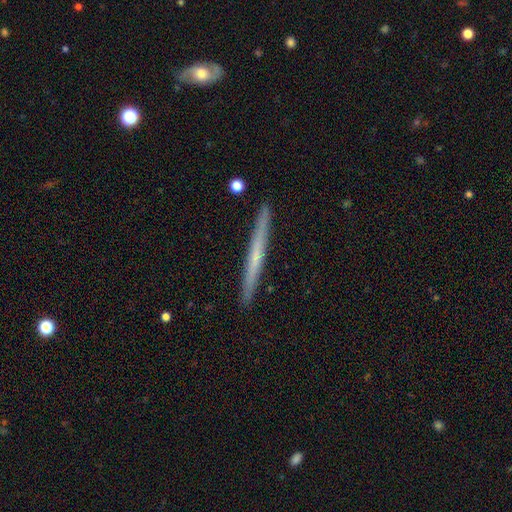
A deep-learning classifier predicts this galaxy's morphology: Smooth or featured?
  - featured or disk: 55% *
  - smooth: 40%
  - star or artifact: 6%
Edge-on disk?
  - yes: 97% *
  - no: 3%
Edge-on bulge?
  - none: 70% *
  - rounded: 26%
  - boxy: 4%
Merging?
  - none: 92% *
  - minor disturbance: 5%
  - merger: 1%
  - major disturbance: 1%